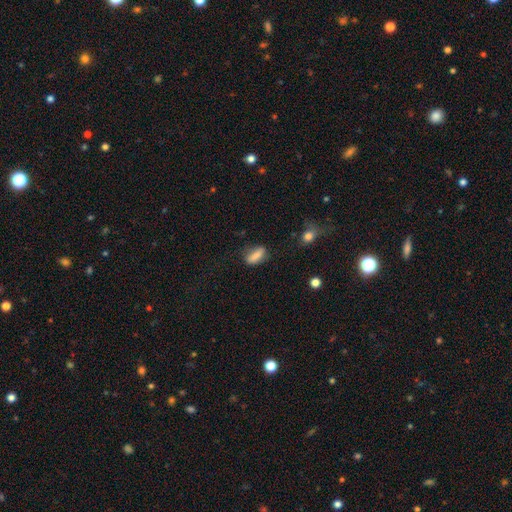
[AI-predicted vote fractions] This is likely a smooth galaxy (79%). How rounded: likely in between (67%). Merging: likely none (67%).